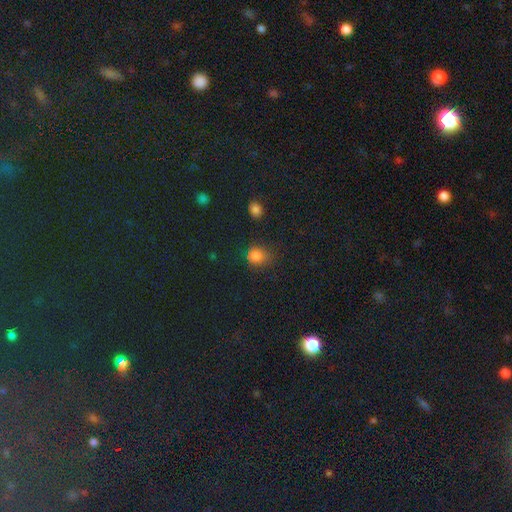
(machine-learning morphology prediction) smooth 79%, star or artifact 16%, featured or disk 5%. Down the decision tree: how rounded — round (78%); merging — none (66%).